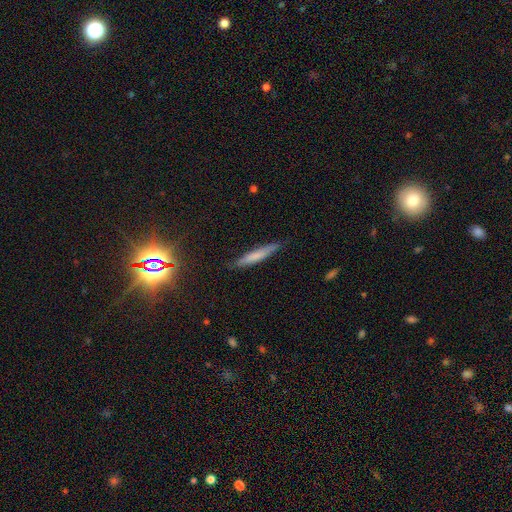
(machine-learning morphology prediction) The model was most divided on "smooth or featured": smooth: 65%, featured or disk: 26%, star or artifact: 10%. More confident: how rounded — cigar-shaped (93%); merging — none (84%).